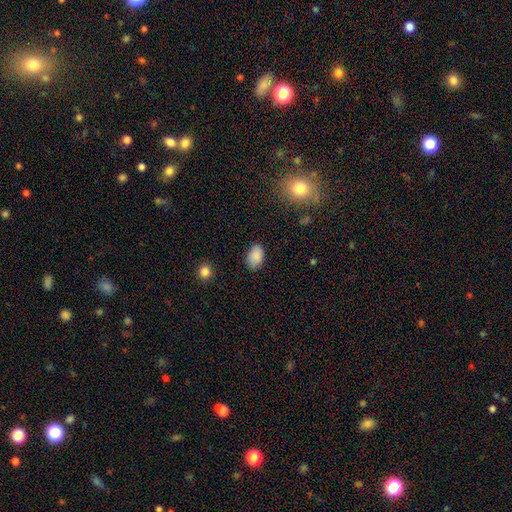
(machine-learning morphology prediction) This appears to be a smooth galaxy with no disk features (87%) that is in between round and cigar-shaped (88%). Merging: none (82%).